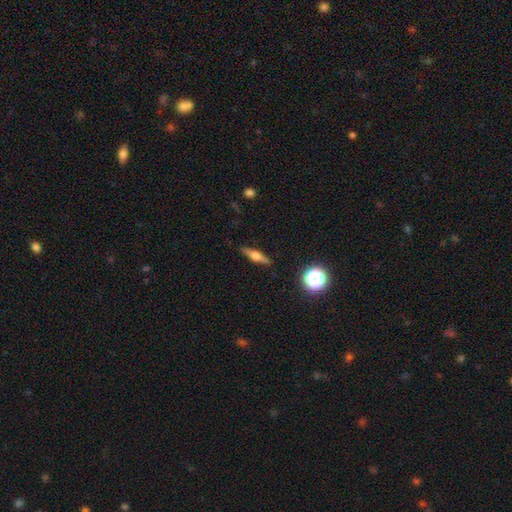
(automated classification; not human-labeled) smooth-or-featured: featured or disk: 64% | smooth: 28% | star or artifact: 8%
  disk-edge-on: yes: 96% | no: 4%
    edge-on-bulge: rounded: 93% | boxy: 5% | none: 2%
  merging: none: 89% | minor disturbance: 8% | major disturbance: 2% | merger: 1%